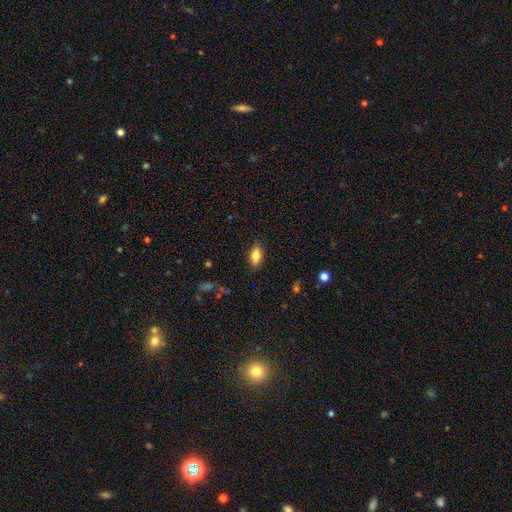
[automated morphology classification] This is clearly a smooth galaxy (82%). How rounded: clearly in between (87%). Merging: clearly none (87%).